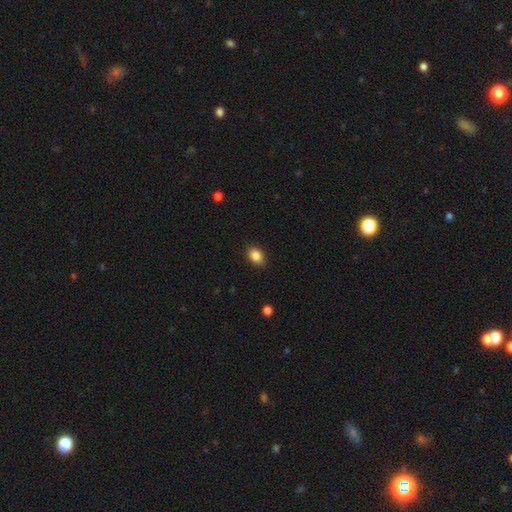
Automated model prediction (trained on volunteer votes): Smooth or featured?
  - smooth: 87% *
  - star or artifact: 9%
  - featured or disk: 4%
How rounded?
  - in between: 72% *
  - round: 27%
  - cigar-shaped: 1%
Merging?
  - none: 88% *
  - minor disturbance: 9%
  - major disturbance: 2%
  - merger: 1%